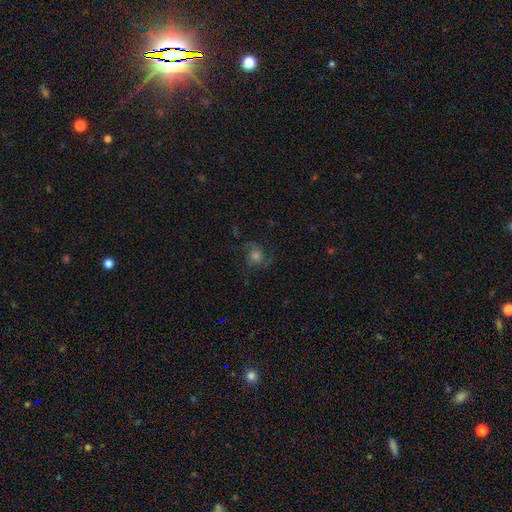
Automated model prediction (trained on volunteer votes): Smooth or featured?
  - featured or disk: 55% *
  - smooth: 26%
  - star or artifact: 19%
Edge-on disk?
  - no: 96% *
  - yes: 4%
Bar?
  - no: 73% *
  - weak: 23%
  - strong: 4%
Spiral arms?
  - yes: 90% *
  - no: 10%
Bulge size?
  - moderate: 42% *
  - small: 23%
  - large: 21%
  - none: 8%
  - dominant: 5%
Merging?
  - none: 68% *
  - minor disturbance: 16%
  - major disturbance: 15%
  - merger: 1%